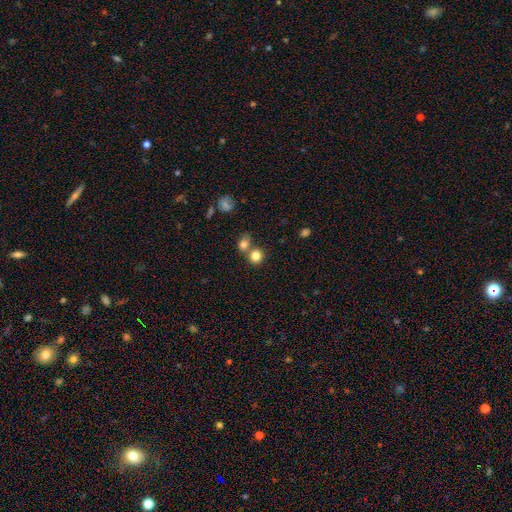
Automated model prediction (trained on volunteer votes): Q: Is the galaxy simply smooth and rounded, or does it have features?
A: smooth — 81%.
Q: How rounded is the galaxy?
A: round — 85%.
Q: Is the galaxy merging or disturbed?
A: none — 52%.